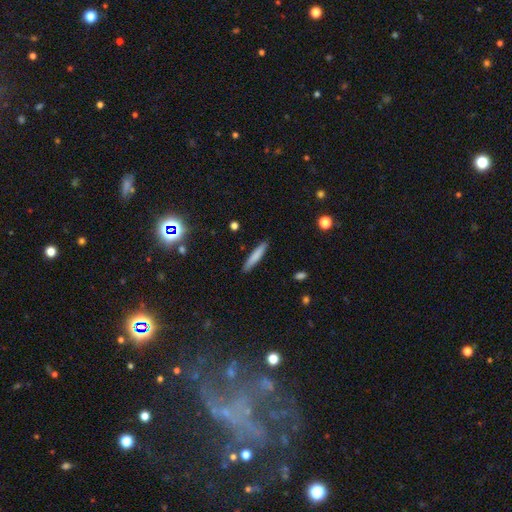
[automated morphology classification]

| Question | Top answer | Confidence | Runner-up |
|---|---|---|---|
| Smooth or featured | smooth | 76% | featured or disk (17%) |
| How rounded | cigar-shaped | 92% | in between (7%) |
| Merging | none | 89% | minor disturbance (8%) |